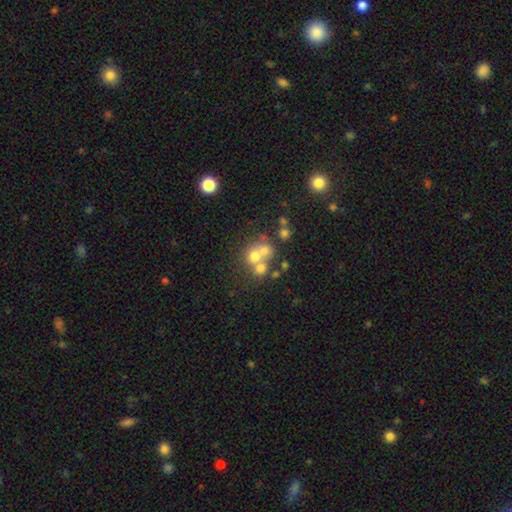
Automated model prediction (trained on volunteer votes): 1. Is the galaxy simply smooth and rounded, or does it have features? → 57% smooth, 26% featured or disk, 17% star or artifact.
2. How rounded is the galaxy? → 78% round, 21% in between, 1% cigar-shaped.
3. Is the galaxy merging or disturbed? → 52% merger, 36% none, 7% minor disturbance, 5% major disturbance.